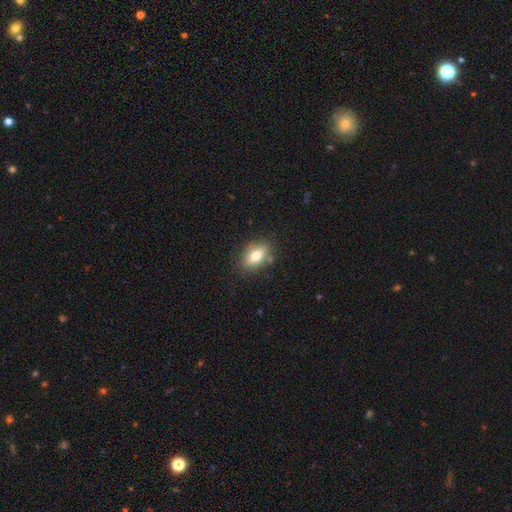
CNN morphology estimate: This appears to be a smooth galaxy with no disk features (70%) that is in between round and cigar-shaped (83%). Merging: none (81%).